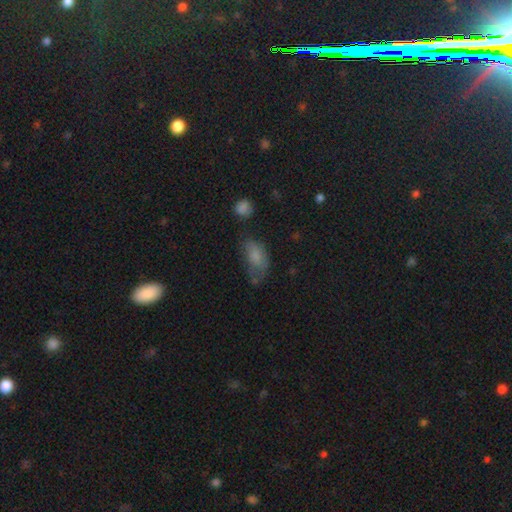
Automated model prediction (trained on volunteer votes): Smooth or featured: smooth — 73% (featured or disk — 16%)
How rounded: in between — 89% (round — 6%)
Merging: none — 37% (minor disturbance — 32%)